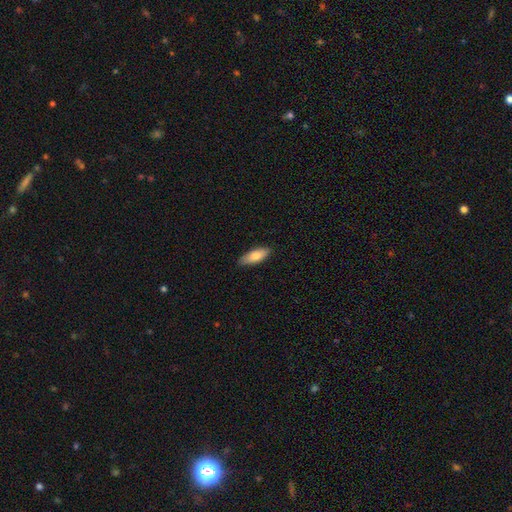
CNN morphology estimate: A smooth galaxy with no disk features (77%) that is in between round and cigar-shaped (70%).

Vote fractions:
- Smooth or featured? smooth: 77% / featured or disk: 17% / star or artifact: 6%
- How rounded? in between: 70% / cigar-shaped: 27% / round: 2%
- Merging? none: 87% / minor disturbance: 11% / major disturbance: 2% / merger: 1%